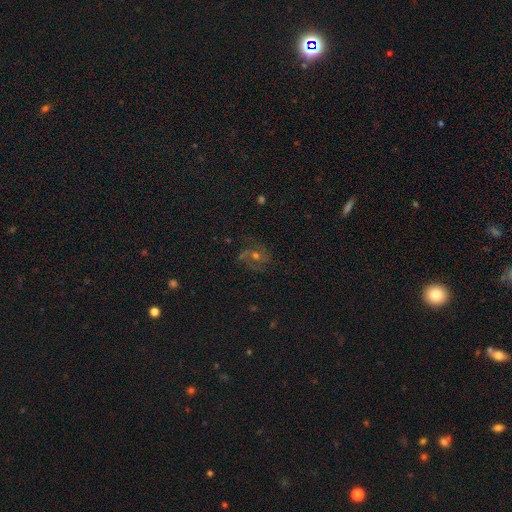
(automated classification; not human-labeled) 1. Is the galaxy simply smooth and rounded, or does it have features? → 67% featured or disk, 19% star or artifact, 13% smooth.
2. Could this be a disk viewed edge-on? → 97% no, 3% yes.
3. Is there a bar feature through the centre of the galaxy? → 55% no, 36% weak, 9% strong.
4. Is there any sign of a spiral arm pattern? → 93% yes, 7% no.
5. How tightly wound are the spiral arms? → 52% medium, 24% loose, 24% tight.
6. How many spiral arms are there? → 61% 2, 13% can't tell, 12% 3, 6% 1, 4% 4, 4% more than 4.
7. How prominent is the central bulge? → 53% moderate, 40% small, 3% large, 2% none, 1% dominant.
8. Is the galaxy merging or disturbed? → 72% none, 16% minor disturbance, 10% major disturbance, 2% merger.